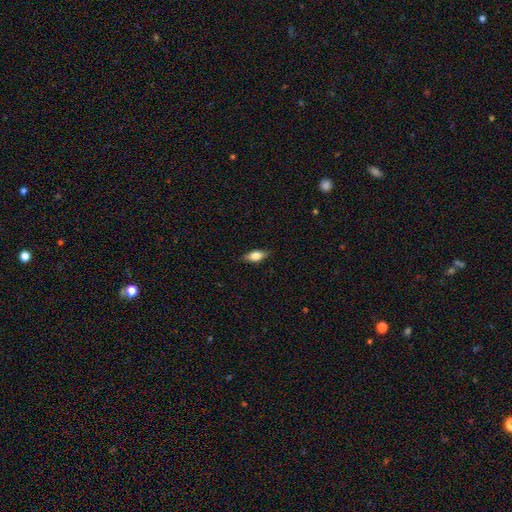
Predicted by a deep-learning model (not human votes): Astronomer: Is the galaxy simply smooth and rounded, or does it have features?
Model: smooth — 72%.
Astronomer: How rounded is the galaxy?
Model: in between — 81%.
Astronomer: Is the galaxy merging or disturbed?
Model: none — 85%.